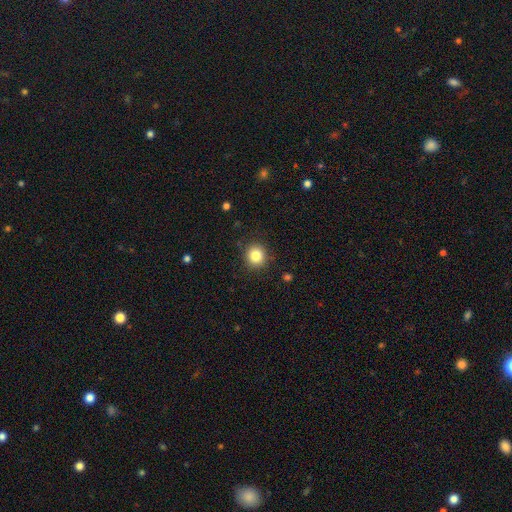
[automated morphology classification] Smooth or featured? smooth (84%)
How rounded? round (90%)
Merging? none (89%)